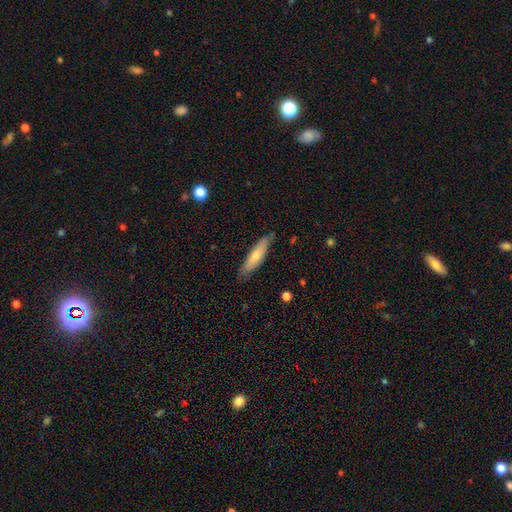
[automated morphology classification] Smooth or featured? smooth (65%)
How rounded? cigar-shaped (78%)
Merging? none (83%)